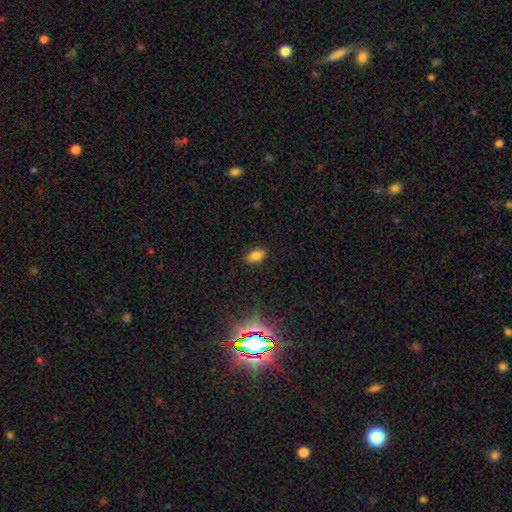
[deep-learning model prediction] smooth-or-featured: smooth: 82% | star or artifact: 13% | featured or disk: 5%
  how-rounded: in between: 91% | round: 6% | cigar-shaped: 3%
  merging: none: 86% | minor disturbance: 10% | major disturbance: 3% | merger: 1%